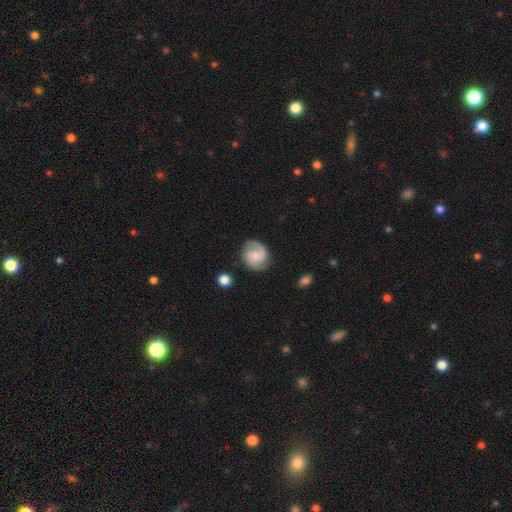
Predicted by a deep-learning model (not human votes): featured or disk 79%, smooth 15%, star or artifact 6%. Down the decision tree: edge-on disk — no (98%); bar — no (52%); spiral arms — yes (97%); spiral arm count — 2 (89%); spiral winding — medium (50%); bulge size — small (45%); merging — none (81%).